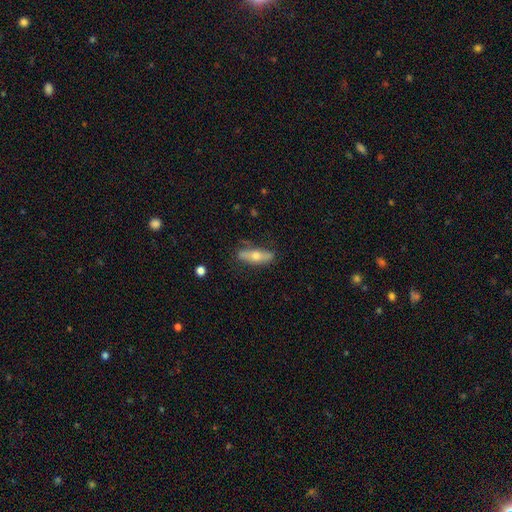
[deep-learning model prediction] Smooth or featured? smooth (56%)
How rounded? in between (53%)
Merging? none (74%)